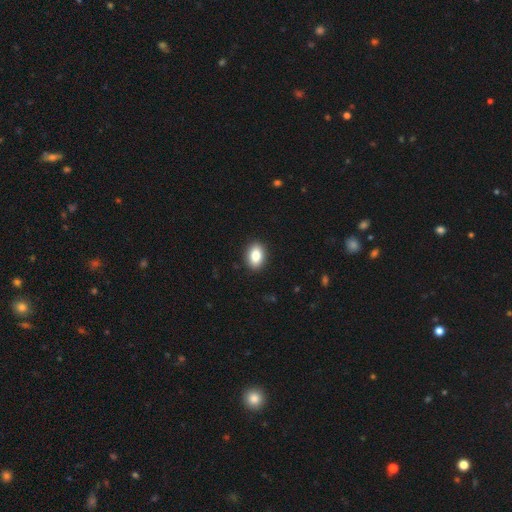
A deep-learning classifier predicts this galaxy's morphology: Smooth or featured: smooth — 85% (star or artifact — 8%)
How rounded: in between — 83% (round — 16%)
Merging: none — 90% (minor disturbance — 7%)